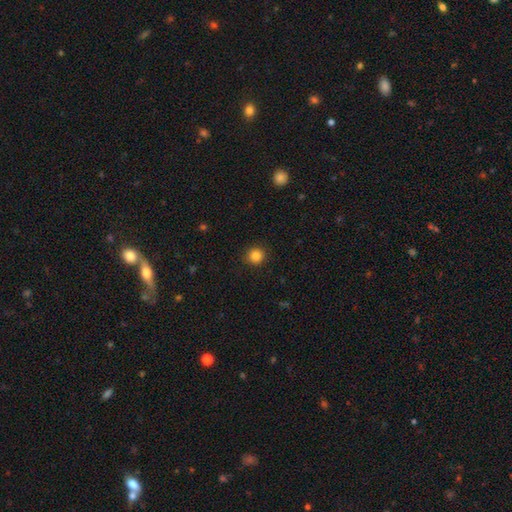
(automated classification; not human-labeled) Overall: smooth (85%). How rounded: round (93%). Merging: none (92%).